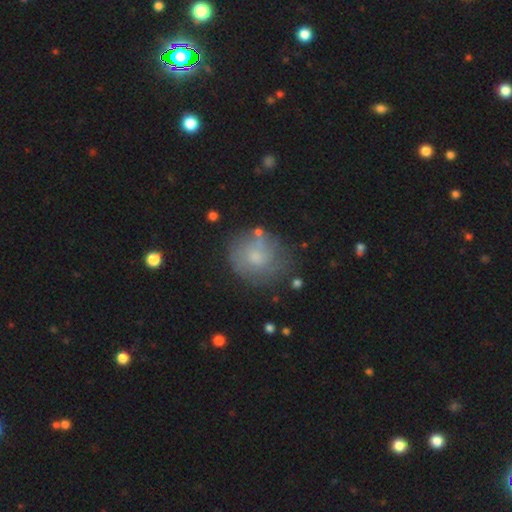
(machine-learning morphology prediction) smooth-or-featured: smooth: 63% | featured or disk: 28% | star or artifact: 9%
  how-rounded: round: 81% | in between: 18% | cigar-shaped: 1%
  merging: none: 63% | minor disturbance: 23% | major disturbance: 10% | merger: 4%